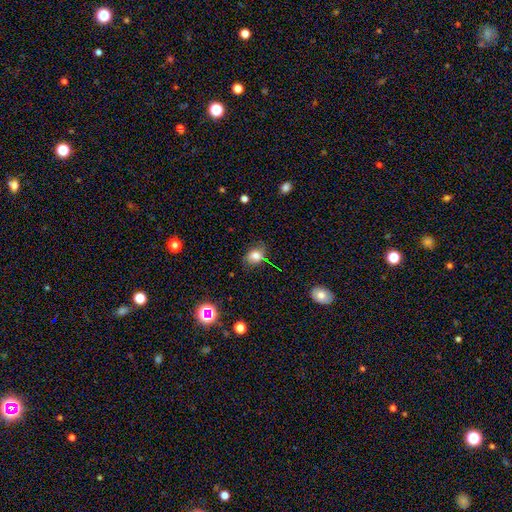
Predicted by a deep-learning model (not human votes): Morphology: type=smooth (78%); roundness=in between (64%); merging=none (70%).